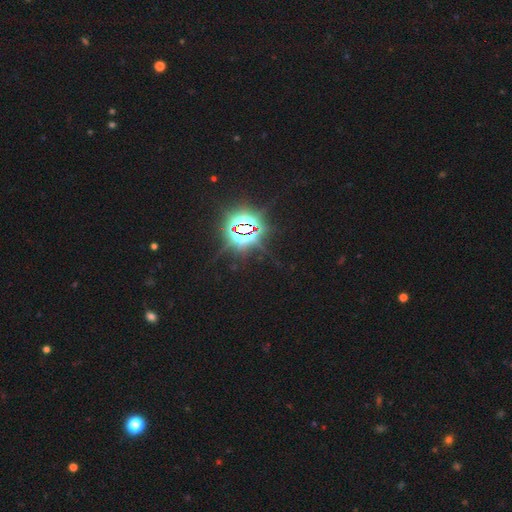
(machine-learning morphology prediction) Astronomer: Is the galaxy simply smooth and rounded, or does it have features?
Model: star or artifact — 85%.